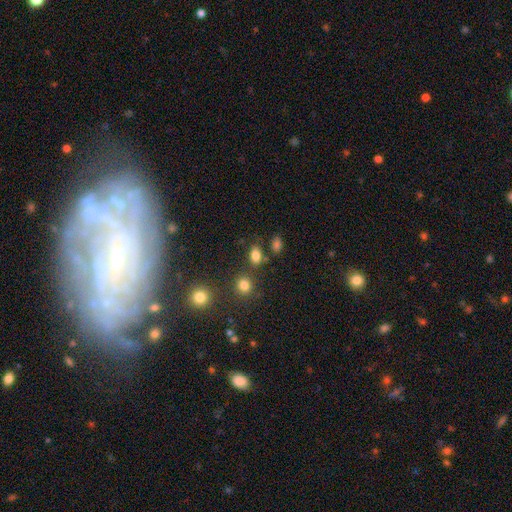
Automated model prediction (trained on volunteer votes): Smooth or featured? Predicted: smooth (p=0.82). How rounded? Predicted: in between (p=0.76). Merging? Predicted: none (p=0.72).